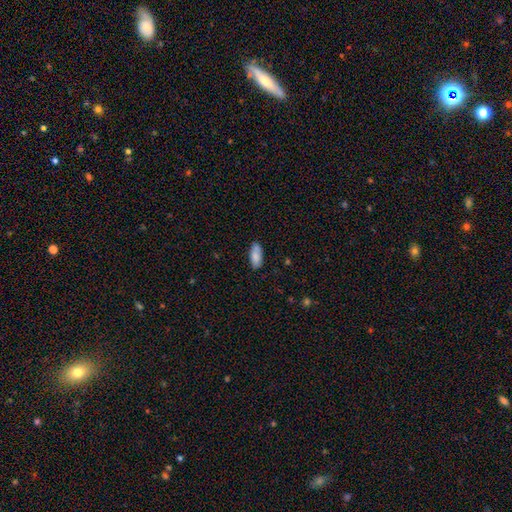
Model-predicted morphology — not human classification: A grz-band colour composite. It shows a smooth galaxy with no disk features (84%) that is in between round and cigar-shaped (85%). Merging: none (75%).